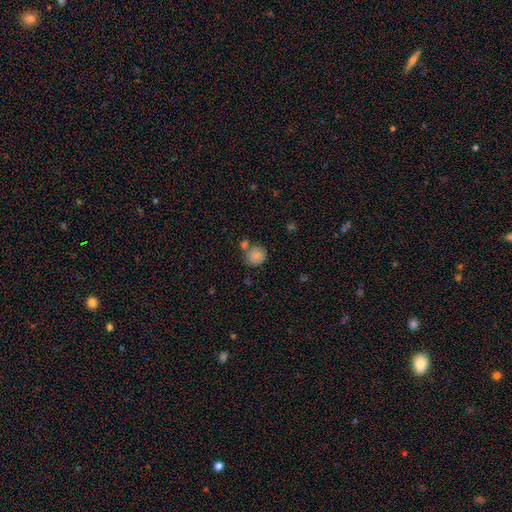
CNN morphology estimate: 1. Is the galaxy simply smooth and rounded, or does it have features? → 84% smooth, 8% star or artifact, 8% featured or disk.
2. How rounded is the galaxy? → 83% round, 16% in between, 1% cigar-shaped.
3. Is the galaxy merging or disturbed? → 62% none, 20% merger, 14% minor disturbance, 4% major disturbance.